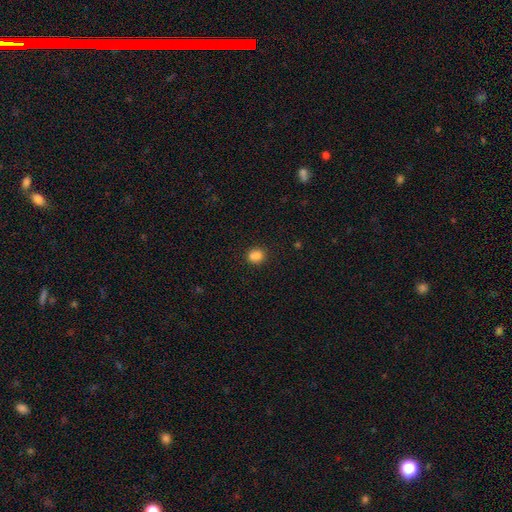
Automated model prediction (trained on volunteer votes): Overall: smooth (83%). How rounded: round (64%; in between 35%). Merging: none (71%).